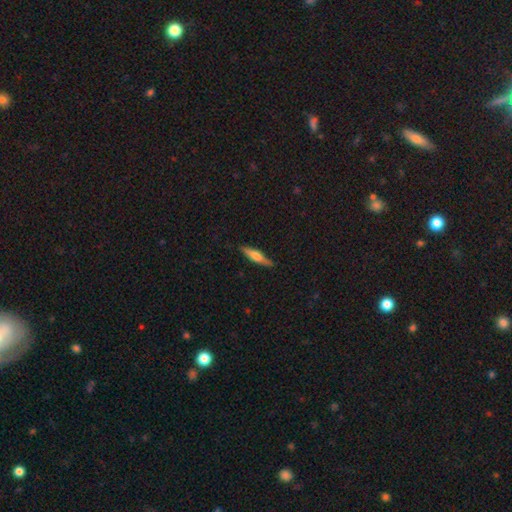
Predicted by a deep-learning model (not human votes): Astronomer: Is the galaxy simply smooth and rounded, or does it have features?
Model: smooth — 53% (runner-up: featured or disk, 41%).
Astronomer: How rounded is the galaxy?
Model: cigar-shaped — 79%.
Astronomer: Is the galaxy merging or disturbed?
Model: none — 87%.